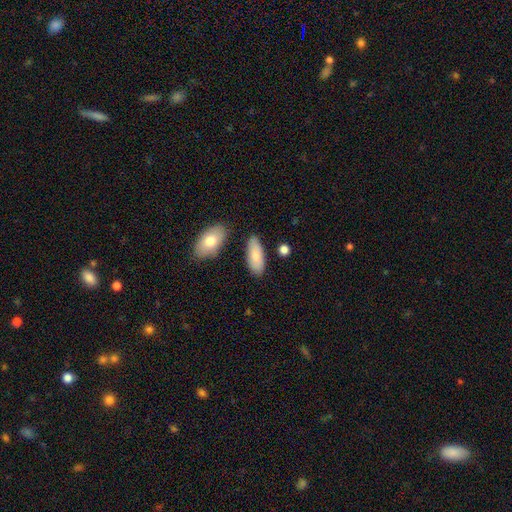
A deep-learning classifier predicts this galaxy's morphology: A smooth galaxy with no disk features (82%) that is in between round and cigar-shaped (83%). Merging: none (78%).